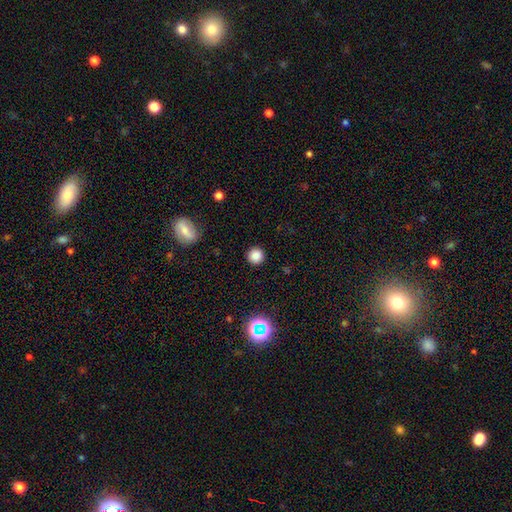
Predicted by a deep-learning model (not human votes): This is clearly a smooth galaxy (83%). How rounded: clearly round (95%). Merging: clearly none (91%).